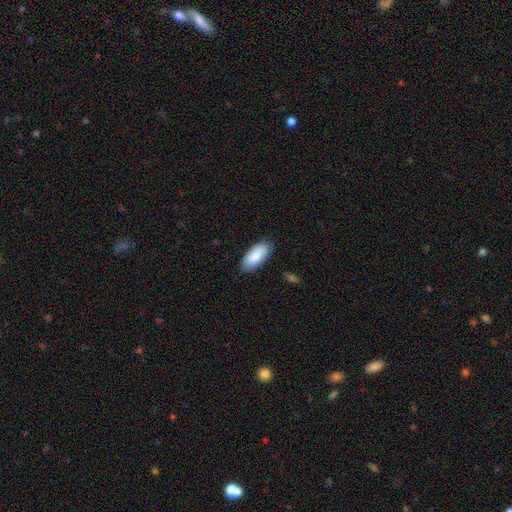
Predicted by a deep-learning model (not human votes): Smooth or featured? smooth (87%)
How rounded? in between (91%)
Merging? none (83%)